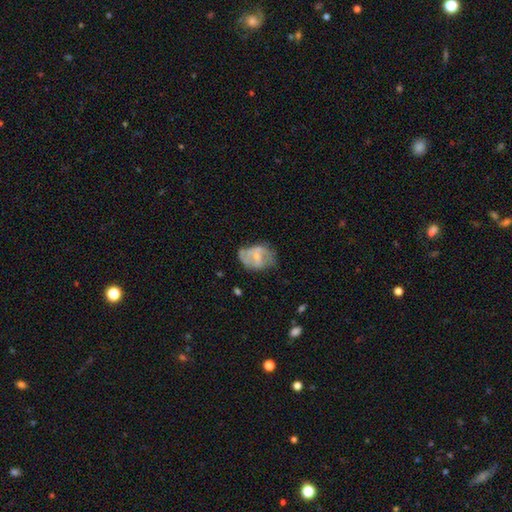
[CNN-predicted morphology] Smooth or featured? featured or disk (64%)
Edge-on disk? no (97%)
Bar? weak (46%)
Spiral arms? yes (73%)
Bulge size? small (45%)
Merging? none (44%)